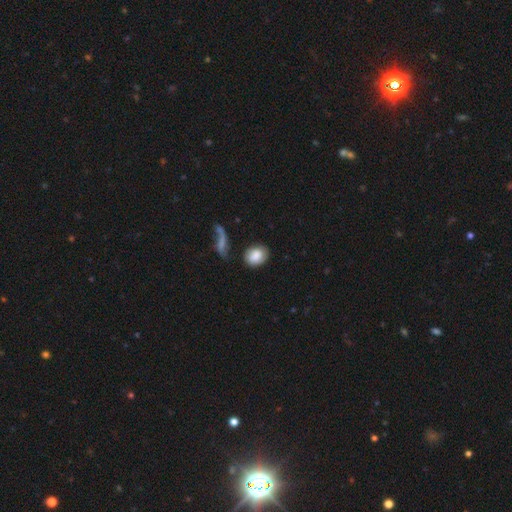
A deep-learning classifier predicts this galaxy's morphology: smooth-or-featured: smooth: 80% | featured or disk: 13% | star or artifact: 7%
  how-rounded: in between: 58% | round: 40% | cigar-shaped: 2%
  merging: none: 69% | minor disturbance: 18% | merger: 7% | major disturbance: 6%